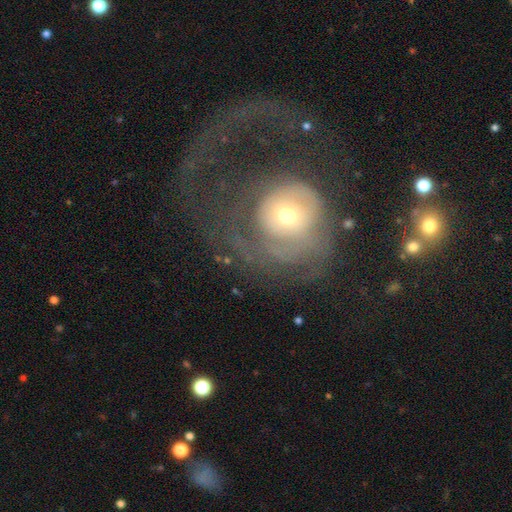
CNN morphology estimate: The model was most divided on "bulge size": moderate: 51%, small: 38%, large: 8%, dominant: 2%, none: 2%. More confident: edge-on disk — no (97%); bar — no (79%); smooth or featured — featured or disk (68%); spiral arms — yes (65%); merging — major disturbance (58%).